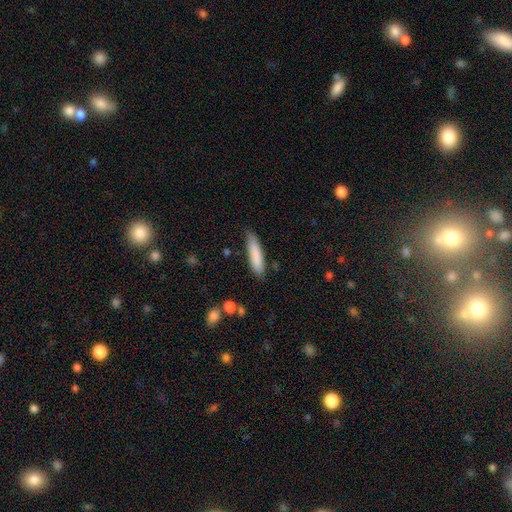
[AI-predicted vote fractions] A smooth galaxy with no disk features (84%) that is cigar-shaped (80%). Merging: none (81%).